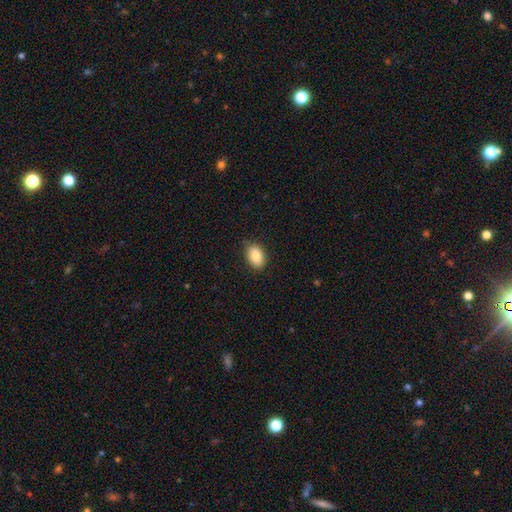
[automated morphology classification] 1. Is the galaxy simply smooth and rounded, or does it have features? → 86% smooth, 8% star or artifact, 6% featured or disk.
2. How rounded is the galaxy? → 86% in between, 13% round, 1% cigar-shaped.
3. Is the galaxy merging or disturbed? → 81% none, 16% minor disturbance, 3% major disturbance, 1% merger.